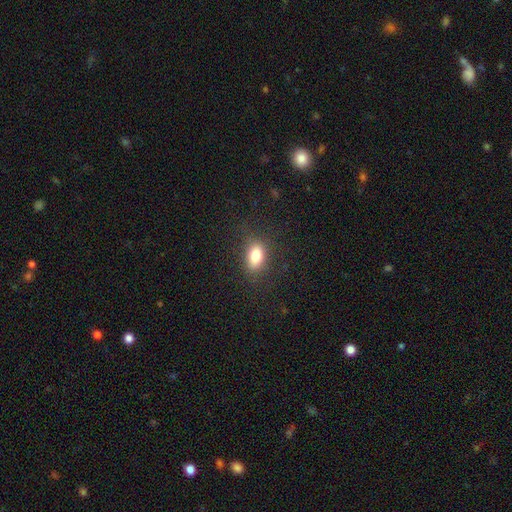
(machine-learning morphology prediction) smooth-or-featured: smooth: 81% | star or artifact: 10% | featured or disk: 9%
  how-rounded: in between: 83% | round: 13% | cigar-shaped: 4%
  merging: none: 83% | minor disturbance: 12% | major disturbance: 4% | merger: 1%